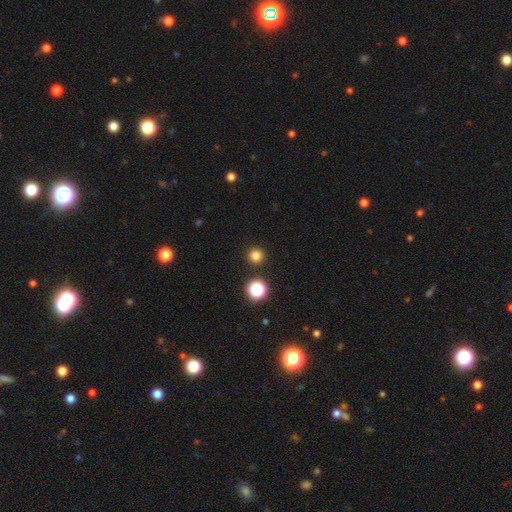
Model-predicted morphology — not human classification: This appears to be a smooth galaxy with no disk features (80%) that is round (96%). Merging: none (92%).